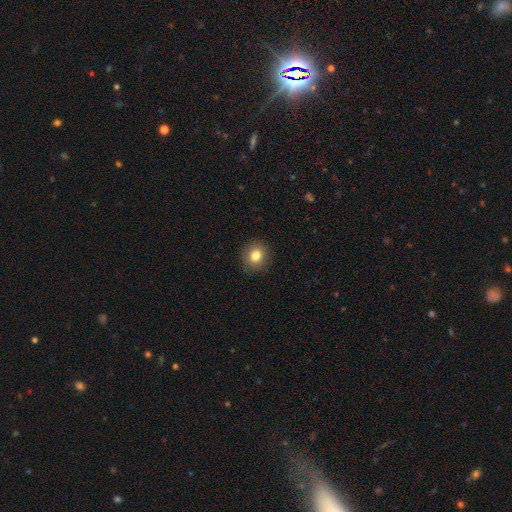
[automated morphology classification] type=smooth (82%); roundness=round (80%); merging=none (90%).